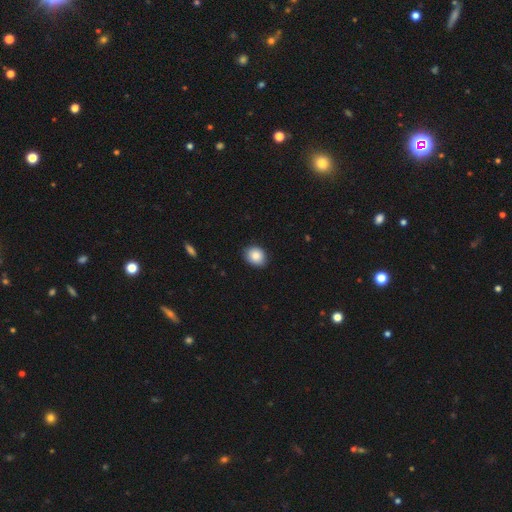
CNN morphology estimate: A smooth galaxy with no disk features (86%) that is round (56%). Merging: none (85%).